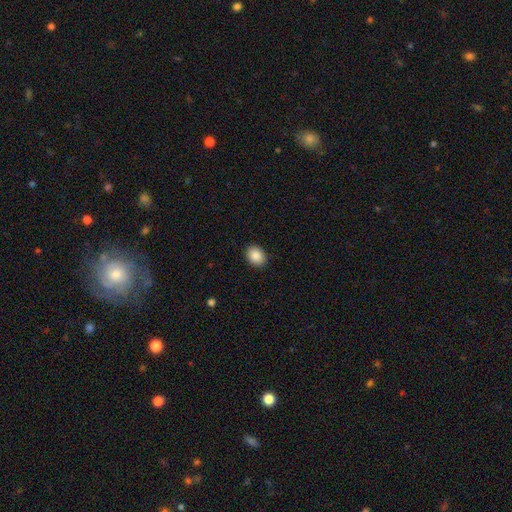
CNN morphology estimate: The model was most divided on "how rounded": in between: 56%, round: 43%, cigar-shaped: 1%. More confident: merging — none (91%); smooth or featured — smooth (88%).